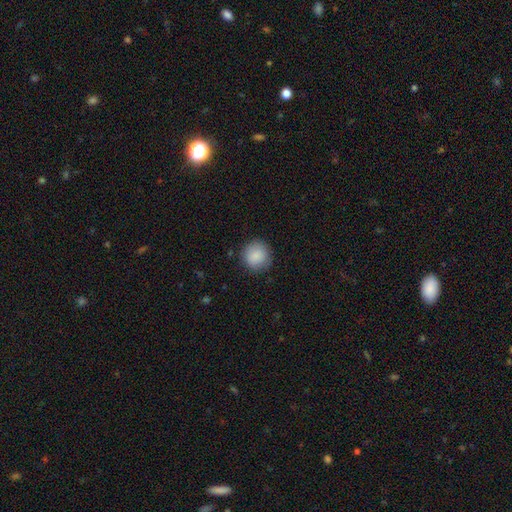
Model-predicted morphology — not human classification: Smooth or featured? smooth (88%)
How rounded? round (93%)
Merging? none (86%)